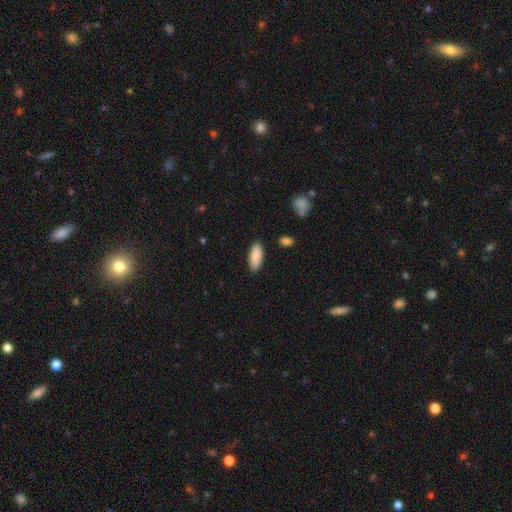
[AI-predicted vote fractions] Smooth or featured? Predicted: smooth (p=0.88). How rounded? Predicted: in between (p=0.80). Merging? Predicted: none (p=0.87).